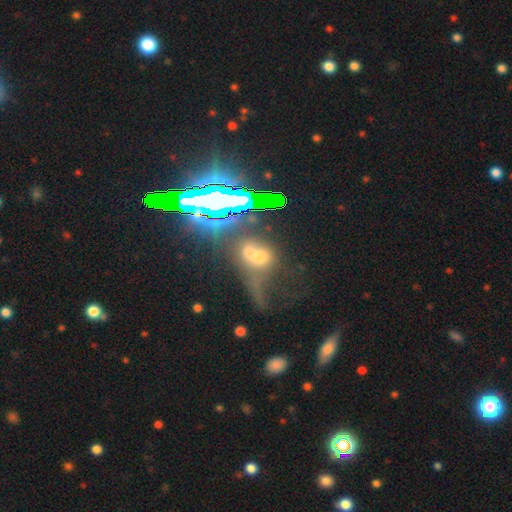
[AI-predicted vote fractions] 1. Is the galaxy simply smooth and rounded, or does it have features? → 42% smooth, 31% star or artifact, 27% featured or disk.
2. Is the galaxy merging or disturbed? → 54% merger, 18% none, 17% major disturbance, 10% minor disturbance.